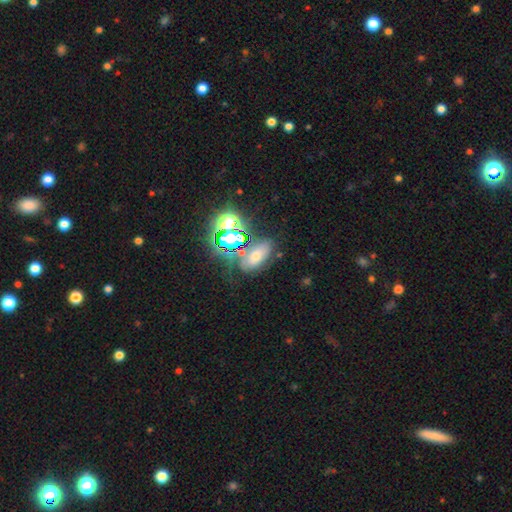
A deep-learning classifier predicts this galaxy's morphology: smooth 48%, star or artifact 35%, featured or disk 17%. Down the decision tree: merging — none (65%).